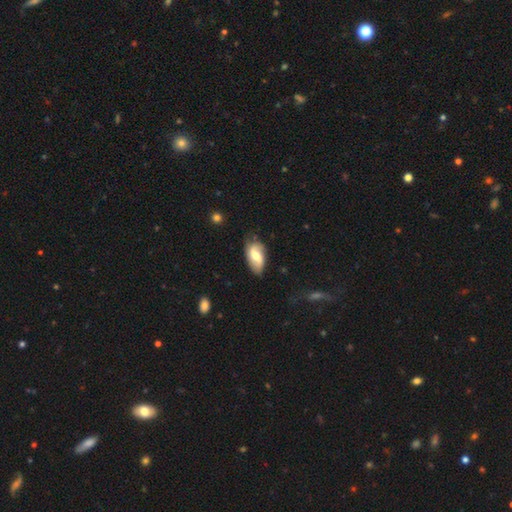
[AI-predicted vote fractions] This is possibly a featured or disk galaxy (53%). It is clearly not viewed edge-on (93%). Merging: likely none (67%).